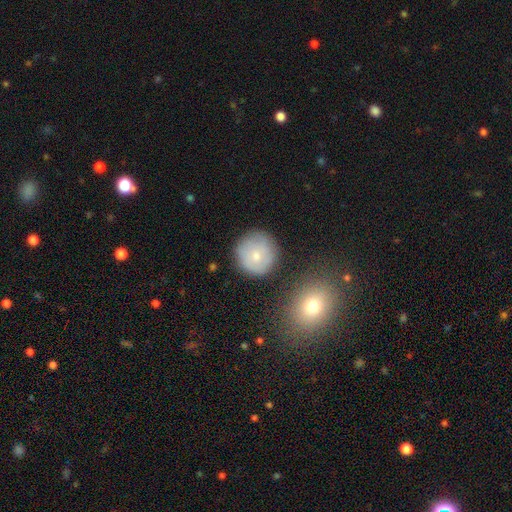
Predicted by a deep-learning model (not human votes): Smooth or featured?
  - smooth: 70% *
  - featured or disk: 22%
  - star or artifact: 8%
How rounded?
  - round: 94% *
  - in between: 5%
  - cigar-shaped: 1%
Merging?
  - none: 77% *
  - minor disturbance: 14%
  - merger: 5%
  - major disturbance: 4%